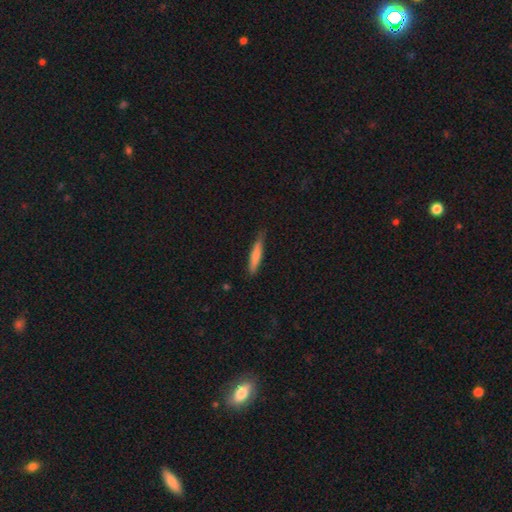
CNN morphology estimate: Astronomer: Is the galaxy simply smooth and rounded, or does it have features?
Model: smooth — 76%.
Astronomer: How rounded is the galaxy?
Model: cigar-shaped — 88%.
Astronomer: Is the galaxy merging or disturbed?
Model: none — 74%.